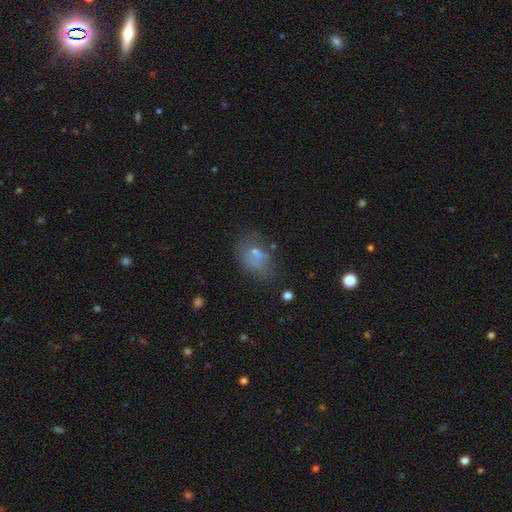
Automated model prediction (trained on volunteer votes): This is possibly a smooth galaxy (59%). How rounded: likely in between (77%). Merging: possibly none (46%).